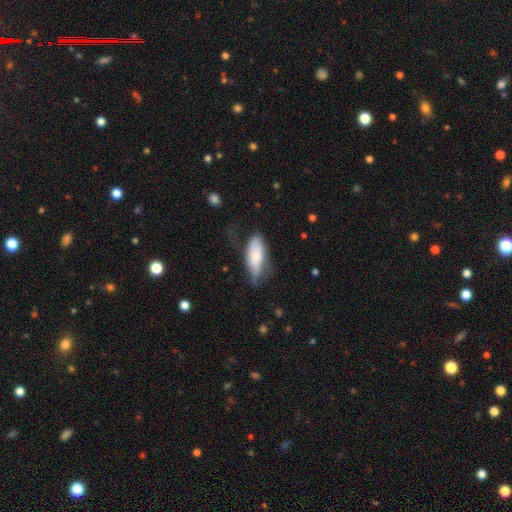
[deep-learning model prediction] Overall: smooth (67%). How rounded: in between (74%). Merging: none (42%; minor disturbance 33%).